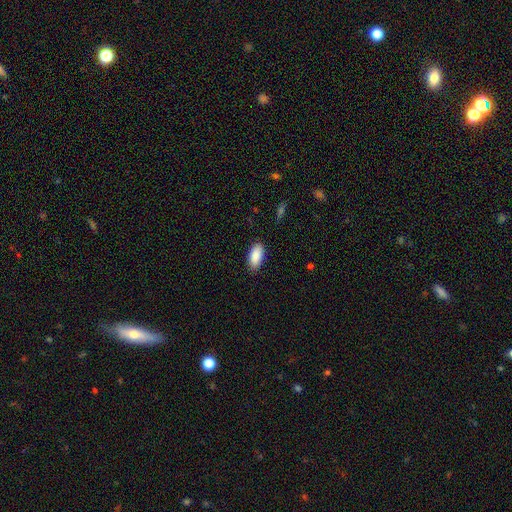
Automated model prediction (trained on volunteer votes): Q: Smooth or featured?
A: smooth (90%); runner-up: star or artifact (6%)
Q: How rounded?
A: in between (92%); runner-up: cigar-shaped (6%)
Q: Merging?
A: none (87%); runner-up: minor disturbance (10%)